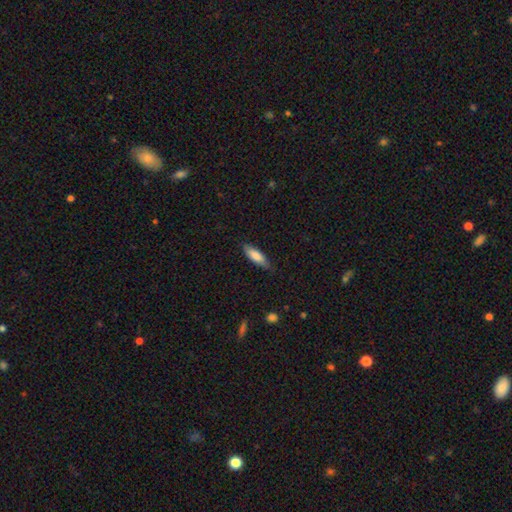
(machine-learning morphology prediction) A smooth galaxy with no disk features (80%) that is in between round and cigar-shaped (55%). Merging: none (79%).